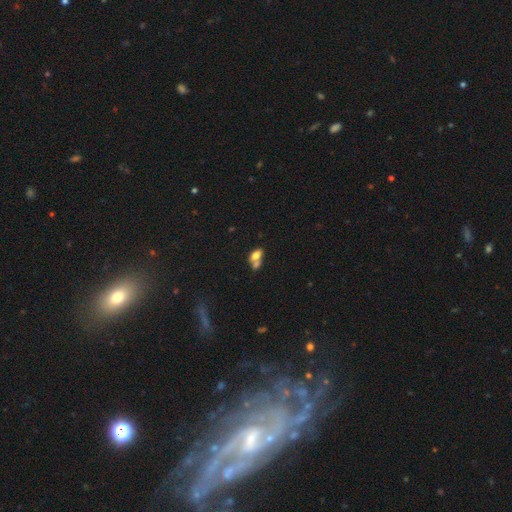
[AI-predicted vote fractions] This appears to be a smooth galaxy with no disk features (70%) that is in between round and cigar-shaped (81%). Merging: merger (57%).